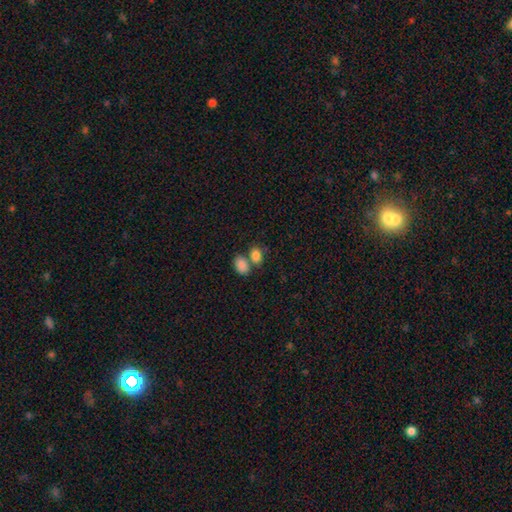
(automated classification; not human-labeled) A smooth galaxy with no disk features (85%) that is in between round and cigar-shaped (78%).

Vote fractions:
- Smooth or featured? smooth: 85% / star or artifact: 9% / featured or disk: 6%
- How rounded? in between: 78% / round: 21% / cigar-shaped: 1%
- Merging? merger: 44% / none: 42% / minor disturbance: 10% / major disturbance: 4%